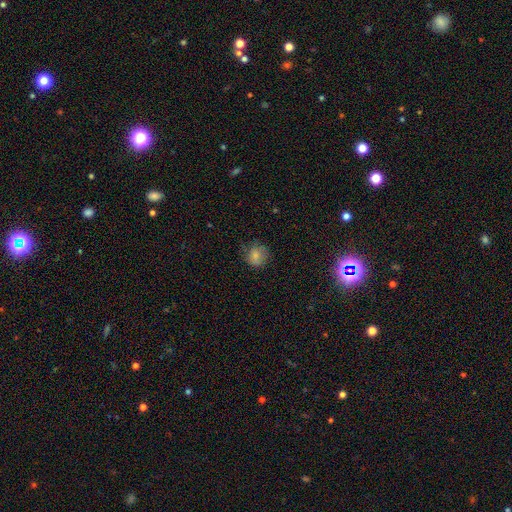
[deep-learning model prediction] Smooth or featured: smooth — 78% (star or artifact — 11%)
How rounded: round — 79% (in between — 20%)
Merging: none — 69% (minor disturbance — 22%)